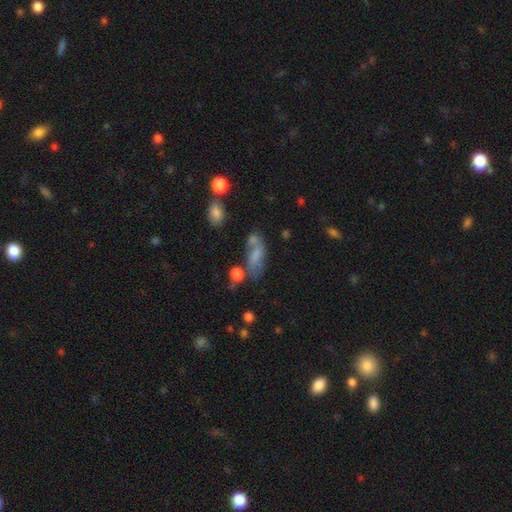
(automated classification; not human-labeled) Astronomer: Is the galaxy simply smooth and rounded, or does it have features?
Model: smooth — 58%.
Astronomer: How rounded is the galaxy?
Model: in between — 75%.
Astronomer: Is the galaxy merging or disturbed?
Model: none — 40% (runner-up: minor disturbance, 22%).